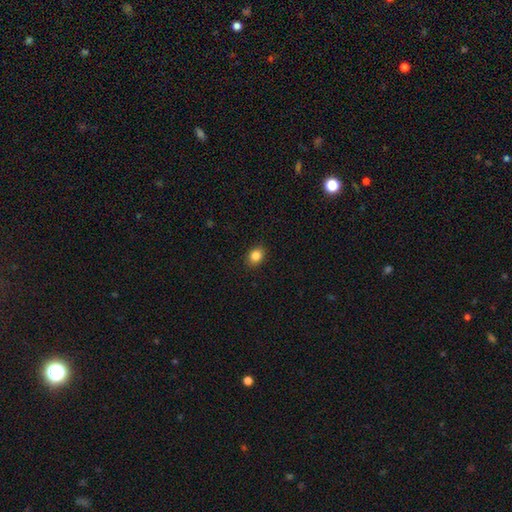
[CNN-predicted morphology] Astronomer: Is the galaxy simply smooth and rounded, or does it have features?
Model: smooth — 85%.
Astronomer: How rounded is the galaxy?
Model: in between — 54% (runner-up: round, 45%).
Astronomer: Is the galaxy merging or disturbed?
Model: none — 89%.